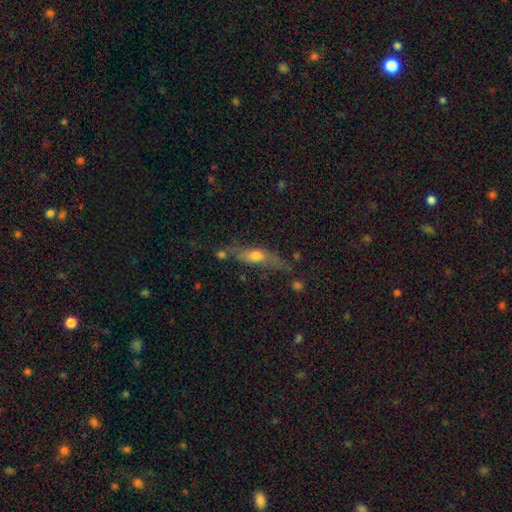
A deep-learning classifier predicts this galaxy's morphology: A featured or disk galaxy (46%).

Vote fractions:
- Smooth or featured? featured or disk: 46% / smooth: 45% / star or artifact: 9%
- Merging? none: 62% / minor disturbance: 21% / major disturbance: 8% / merger: 8%